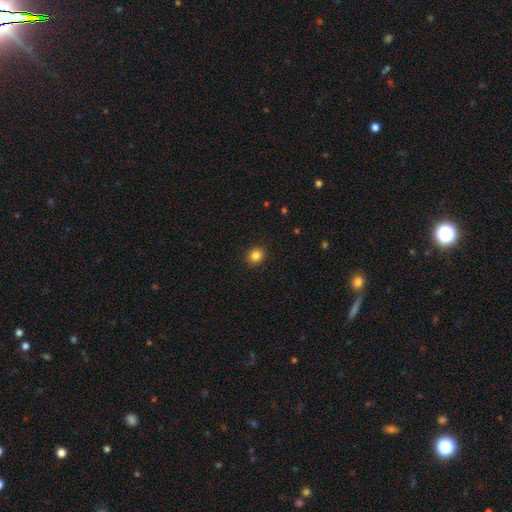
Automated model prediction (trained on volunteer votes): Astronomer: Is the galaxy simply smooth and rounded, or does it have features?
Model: smooth — 85%.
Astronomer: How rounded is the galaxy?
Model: round — 78%.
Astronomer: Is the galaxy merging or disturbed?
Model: none — 91%.